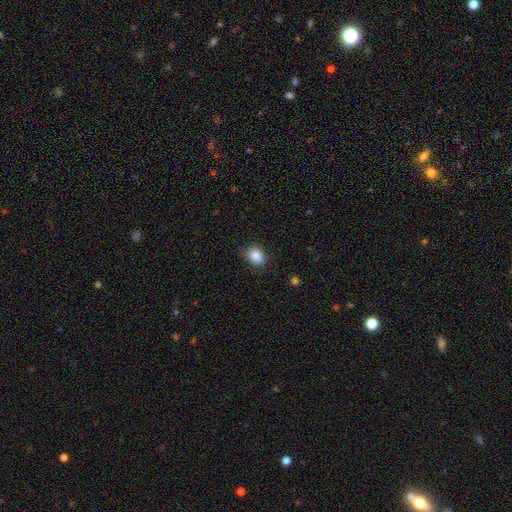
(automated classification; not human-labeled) This appears to be a smooth galaxy with no disk features (87%) that is round (55%). Merging: none (80%).